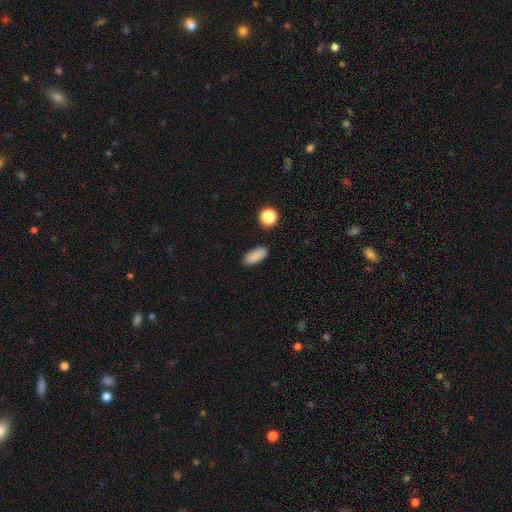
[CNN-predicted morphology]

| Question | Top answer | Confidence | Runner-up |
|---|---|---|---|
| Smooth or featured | smooth | 87% | star or artifact (8%) |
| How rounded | in between | 83% | cigar-shaped (13%) |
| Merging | none | 88% | minor disturbance (8%) |